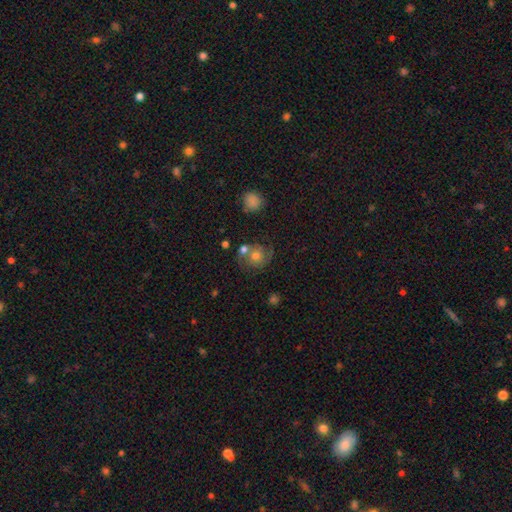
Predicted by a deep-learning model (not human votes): The model was most divided on "smooth or featured": featured or disk: 52%, smooth: 37%, star or artifact: 11%. More confident: edge-on disk — no (97%); spiral arms — yes (84%); bar — no (78%); bulge size — moderate (62%); merging — none (56%).